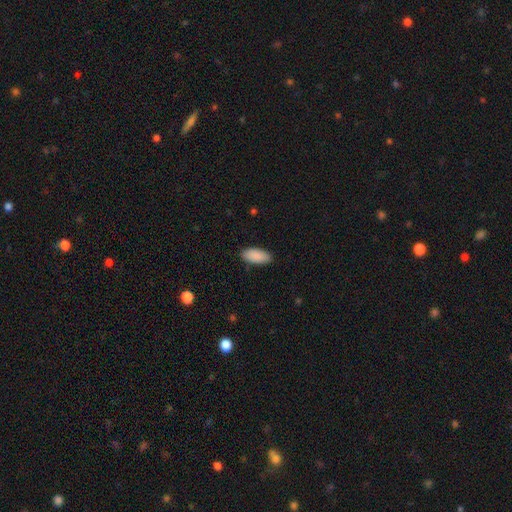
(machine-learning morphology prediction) Smooth or featured: smooth — 90% (star or artifact — 6%)
How rounded: in between — 90% (cigar-shaped — 9%)
Merging: none — 86% (minor disturbance — 11%)